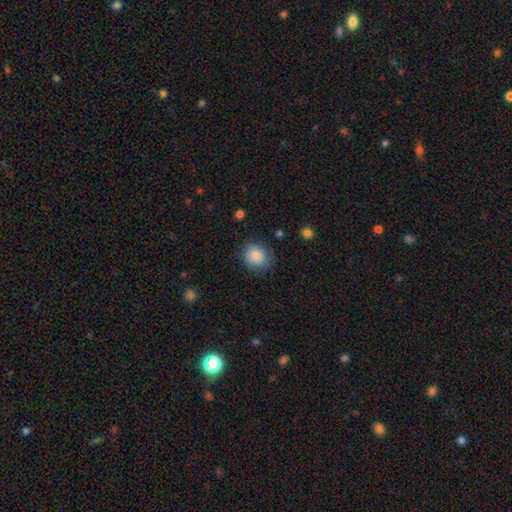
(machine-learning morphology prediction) Overall: smooth (85%). How rounded: round (73%). Merging: none (79%).